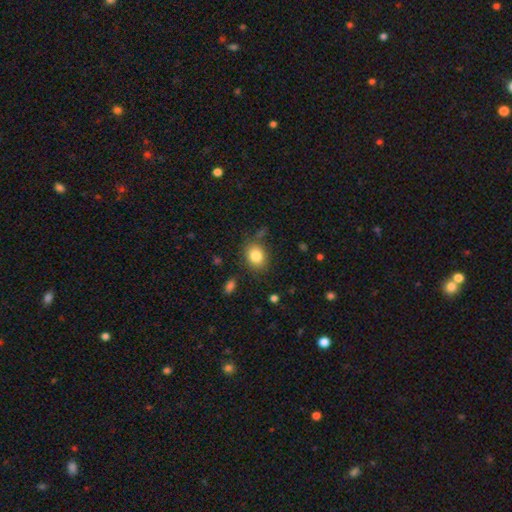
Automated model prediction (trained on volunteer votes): A smooth galaxy with no disk features (83%) that is round (50%). Merging: none (79%).